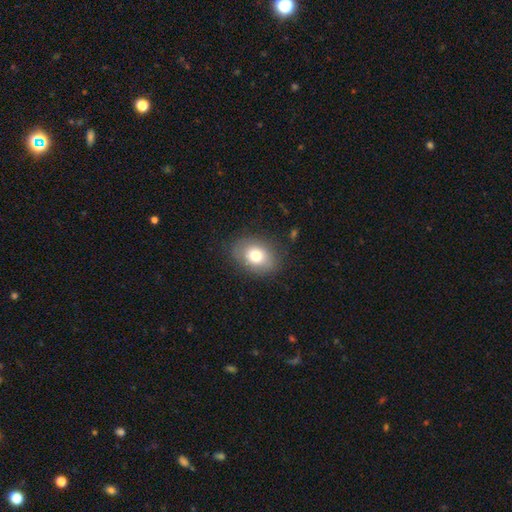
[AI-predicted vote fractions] smooth-or-featured: smooth: 74% | featured or disk: 17% | star or artifact: 9%
  how-rounded: in between: 62% | round: 37% | cigar-shaped: 1%
  merging: none: 82% | minor disturbance: 13% | major disturbance: 4% | merger: 1%